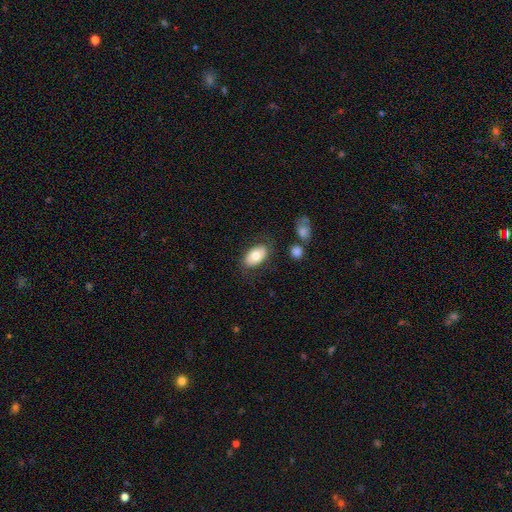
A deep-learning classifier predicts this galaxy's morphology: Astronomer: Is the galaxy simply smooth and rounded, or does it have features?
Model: smooth — 75%.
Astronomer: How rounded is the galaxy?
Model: in between — 93%.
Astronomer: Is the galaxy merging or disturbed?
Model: none — 78%.